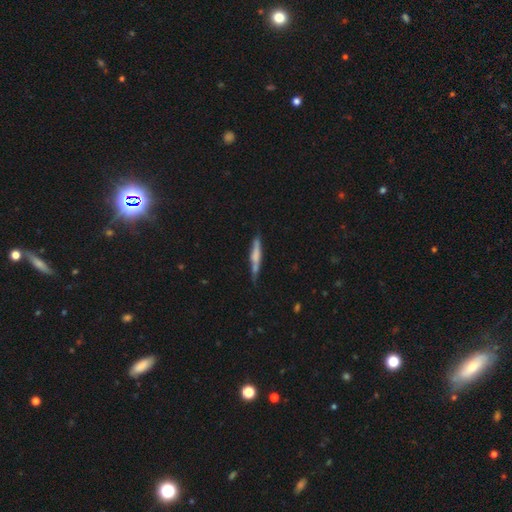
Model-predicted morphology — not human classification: A smooth galaxy with no disk features (49%).

Vote fractions:
- Smooth or featured? smooth: 49% / featured or disk: 44% / star or artifact: 7%
- Merging? none: 67% / minor disturbance: 22% / merger: 6% / major disturbance: 5%